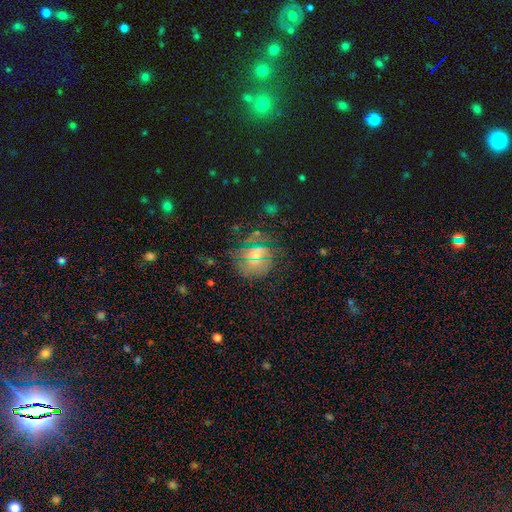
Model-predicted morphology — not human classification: smooth 55%, star or artifact 29%, featured or disk 16%. Down the decision tree: how rounded — round (73%); merging — none (74%).